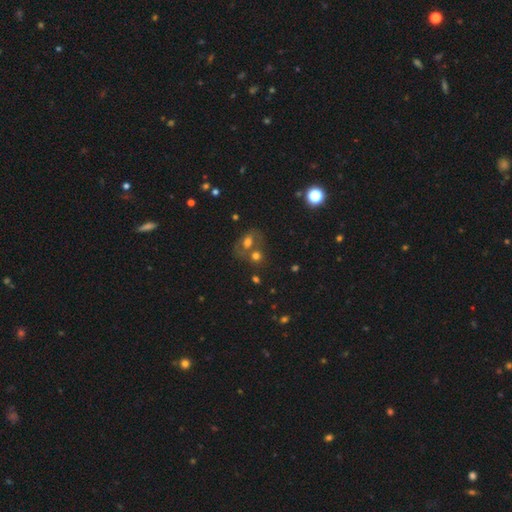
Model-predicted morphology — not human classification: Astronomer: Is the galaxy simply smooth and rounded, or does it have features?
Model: smooth — 59%.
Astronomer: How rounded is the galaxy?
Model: round — 57% (runner-up: in between, 41%).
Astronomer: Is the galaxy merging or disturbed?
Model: merger — 46% (runner-up: none, 38%).